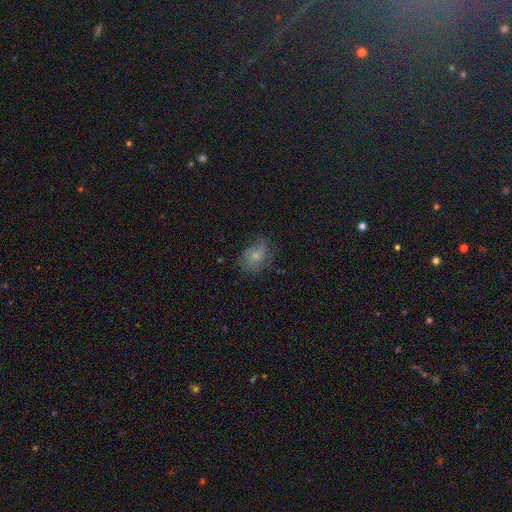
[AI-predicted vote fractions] A smooth galaxy with no disk features (52%) that is in between round and cigar-shaped (59%).

Vote fractions:
- Smooth or featured? smooth: 52% / featured or disk: 35% / star or artifact: 13%
- How rounded? in between: 59% / round: 40% / cigar-shaped: 1%
- Merging? none: 62% / minor disturbance: 25% / major disturbance: 12% / merger: 1%